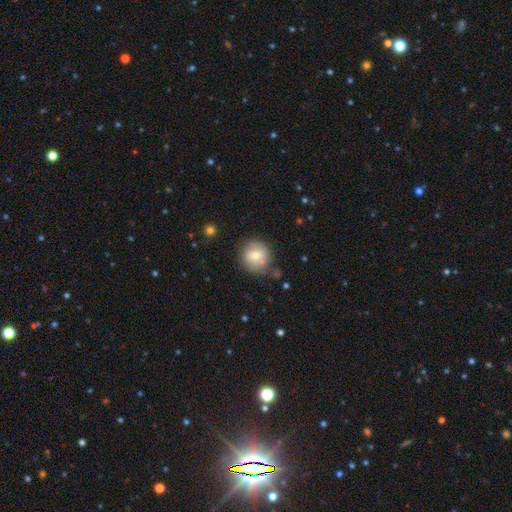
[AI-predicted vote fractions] smooth 67%, featured or disk 24%, star or artifact 9%. Down the decision tree: how rounded — round (92%); merging — none (75%).